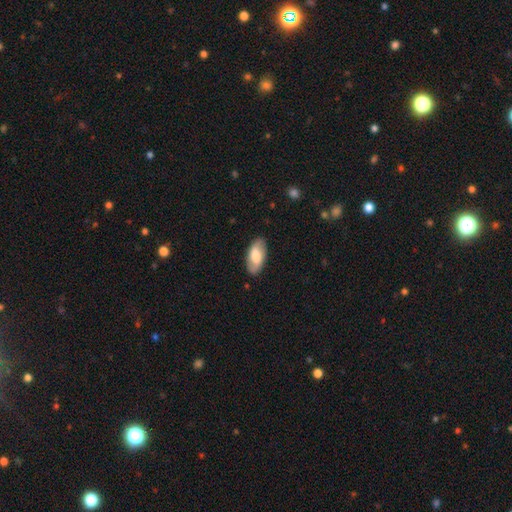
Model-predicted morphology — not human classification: Smooth or featured: smooth — 62% (featured or disk — 32%)
How rounded: in between — 92% (cigar-shaped — 6%)
Merging: none — 86% (minor disturbance — 11%)